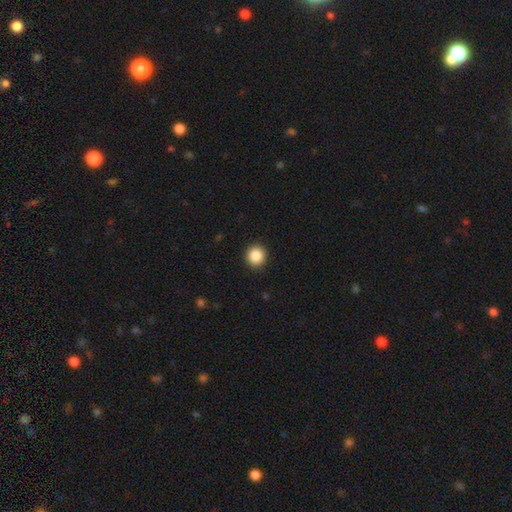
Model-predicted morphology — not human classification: smooth_or_featured: smooth (p=0.87) [alt: star or artifact p=0.09]
how_rounded: round (p=0.93) [alt: in between p=0.06]
merging: none (p=0.92) [alt: minor disturbance p=0.05]